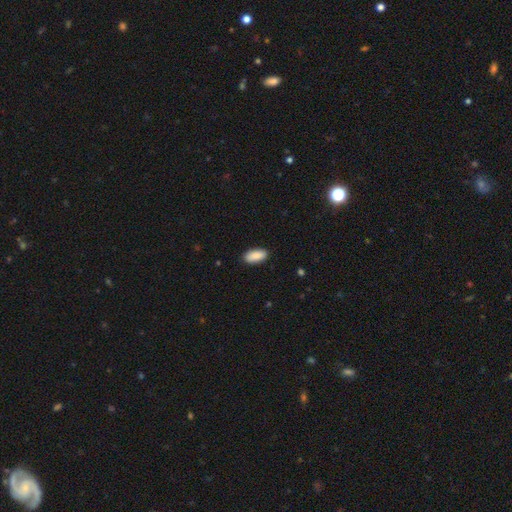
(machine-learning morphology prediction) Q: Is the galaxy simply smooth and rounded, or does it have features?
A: smooth — 90%.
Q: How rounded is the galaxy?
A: in between — 89%.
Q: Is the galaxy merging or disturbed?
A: none — 89%.